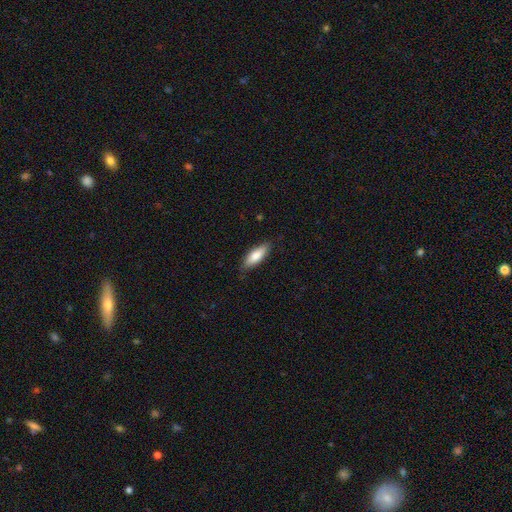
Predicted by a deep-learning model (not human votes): Overall: smooth (79%). How rounded: in between (62%; cigar-shaped 36%). Merging: none (83%).